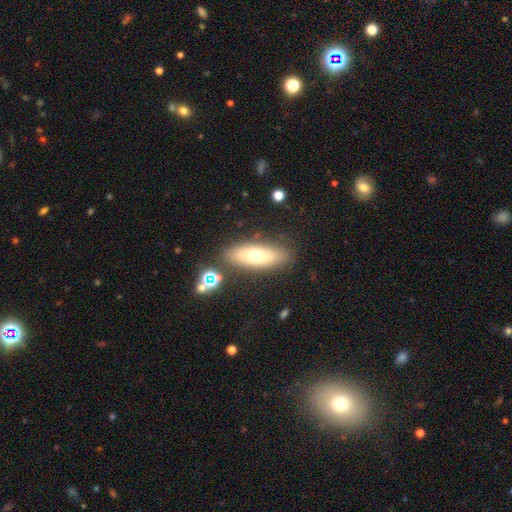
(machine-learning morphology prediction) Smooth or featured: smooth — 63% (featured or disk — 29%)
How rounded: in between — 51% (cigar-shaped — 46%)
Merging: none — 83% (minor disturbance — 10%)